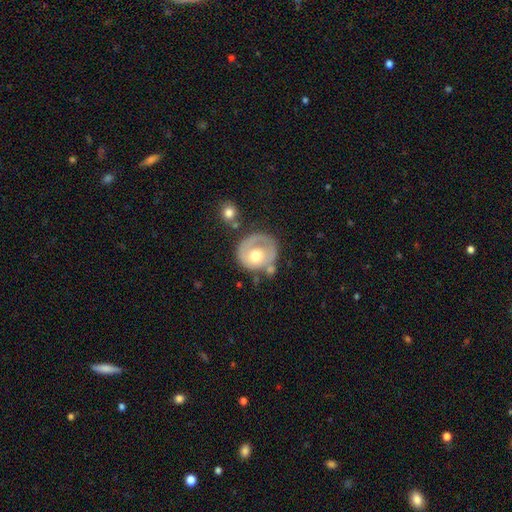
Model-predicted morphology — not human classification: The model was most divided on "smooth or featured": featured or disk: 51%, smooth: 43%, star or artifact: 6%. More confident: edge-on disk — no (97%); merging — none (52%).